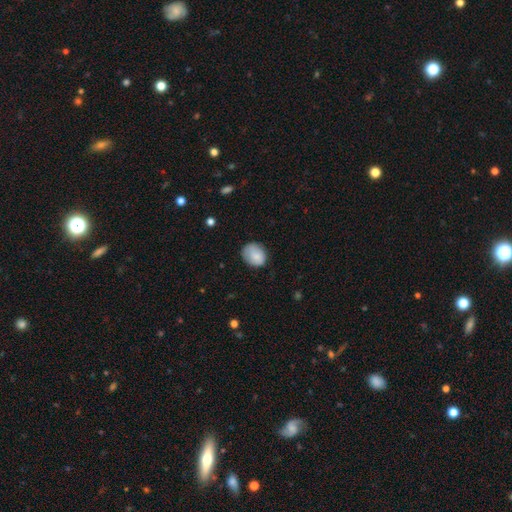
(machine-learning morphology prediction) This appears to be a smooth galaxy with no disk features (83%) that is in between round and cigar-shaped (50%). Merging: none (70%).